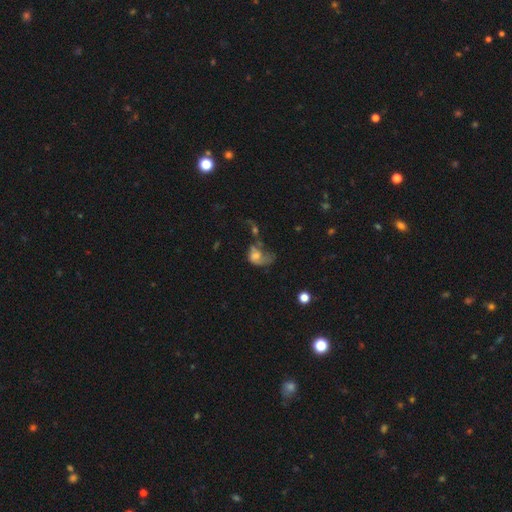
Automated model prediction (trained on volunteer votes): smooth-or-featured: smooth: 46% | featured or disk: 40% | star or artifact: 14%
  merging: major disturbance: 46% | merger: 25% | none: 15% | minor disturbance: 13%